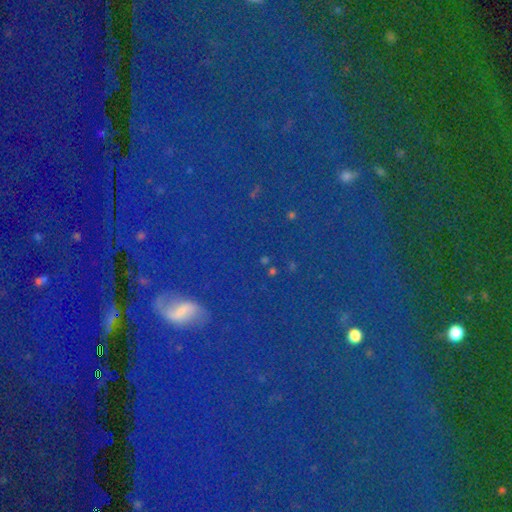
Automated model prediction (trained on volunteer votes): Smooth or featured? Predicted: star or artifact (p=0.69).